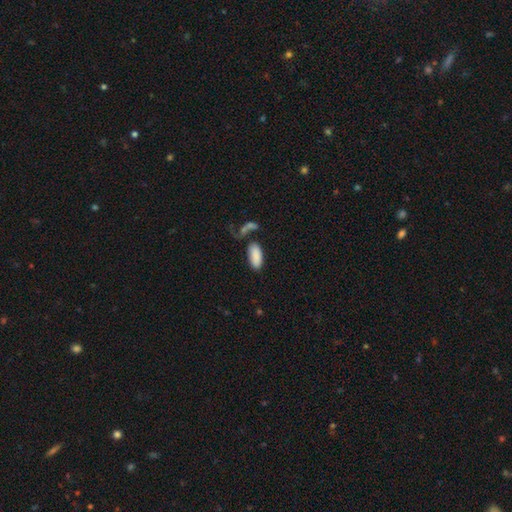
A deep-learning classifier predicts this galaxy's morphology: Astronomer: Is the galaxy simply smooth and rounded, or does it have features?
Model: smooth — 87%.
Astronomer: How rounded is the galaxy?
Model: in between — 91%.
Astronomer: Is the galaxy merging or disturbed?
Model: none — 61%.